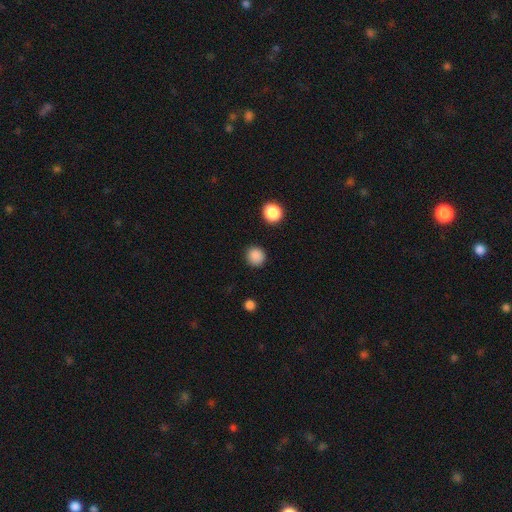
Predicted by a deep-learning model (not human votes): Smooth or featured: smooth — 87% (star or artifact — 11%)
How rounded: round — 91% (in between — 8%)
Merging: none — 90% (minor disturbance — 6%)